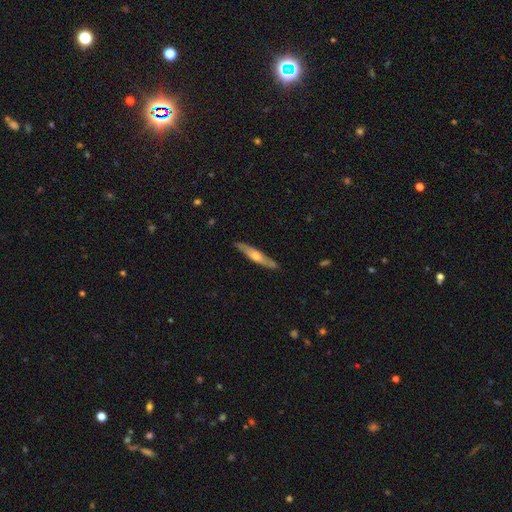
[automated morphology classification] Smooth or featured?
  - featured or disk: 55% *
  - smooth: 40%
  - star or artifact: 5%
Edge-on disk?
  - yes: 89% *
  - no: 11%
Merging?
  - none: 85% *
  - minor disturbance: 11%
  - major disturbance: 2%
  - merger: 2%